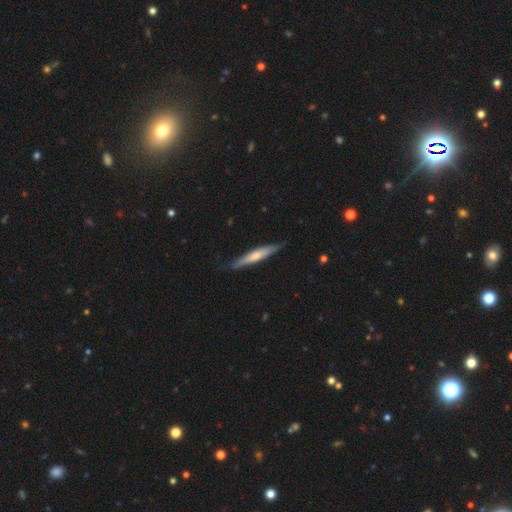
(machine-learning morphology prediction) smooth-or-featured: smooth: 54% | featured or disk: 41% | star or artifact: 5%
  how-rounded: cigar-shaped: 92% | in between: 7% | round: 1%
  merging: none: 81% | minor disturbance: 16% | major disturbance: 2% | merger: 1%